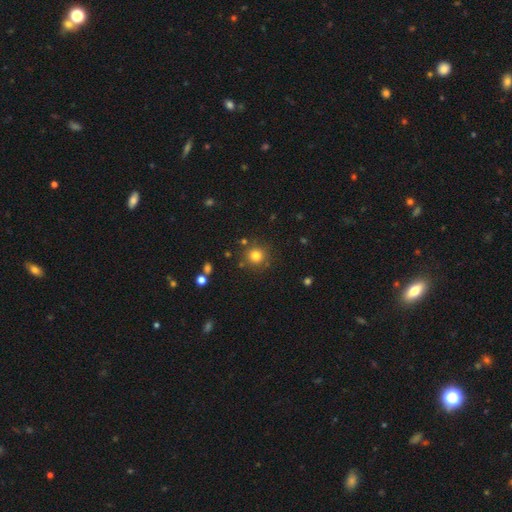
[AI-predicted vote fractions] Smooth or featured?
  - smooth: 80% *
  - star or artifact: 14%
  - featured or disk: 7%
How rounded?
  - round: 93% *
  - in between: 6%
  - cigar-shaped: 1%
Merging?
  - none: 84% *
  - minor disturbance: 9%
  - merger: 4%
  - major disturbance: 3%